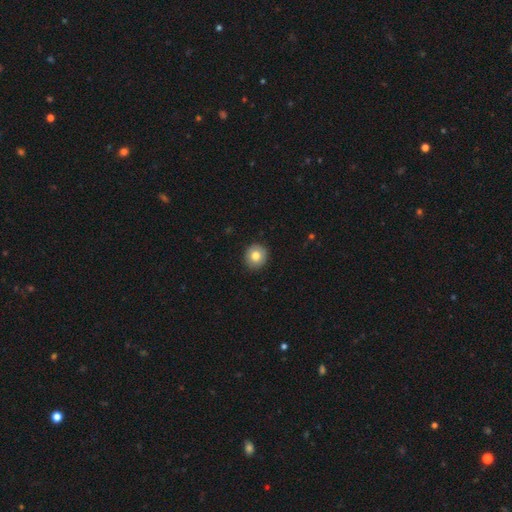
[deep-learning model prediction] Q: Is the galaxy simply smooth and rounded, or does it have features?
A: smooth — 79%.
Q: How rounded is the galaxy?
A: round — 90%.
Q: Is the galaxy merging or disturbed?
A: none — 91%.